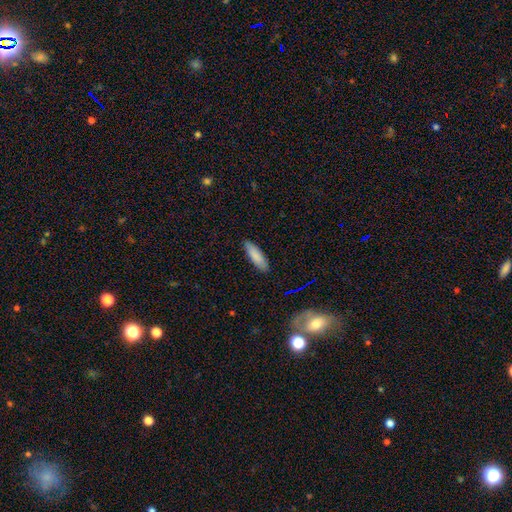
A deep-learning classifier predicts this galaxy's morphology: smooth 85%, featured or disk 9%, star or artifact 7%. Down the decision tree: how rounded — cigar-shaped (52%); merging — none (88%).